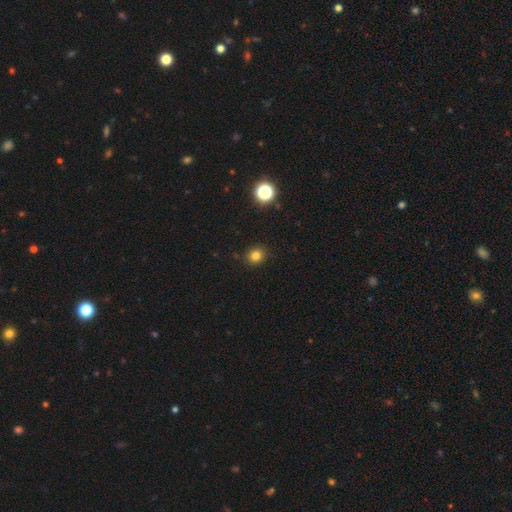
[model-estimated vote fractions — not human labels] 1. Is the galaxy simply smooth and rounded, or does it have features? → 80% smooth, 15% star or artifact, 5% featured or disk.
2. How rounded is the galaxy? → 84% round, 15% in between, 1% cigar-shaped.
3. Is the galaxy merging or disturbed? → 90% none, 7% minor disturbance, 2% major disturbance, 1% merger.